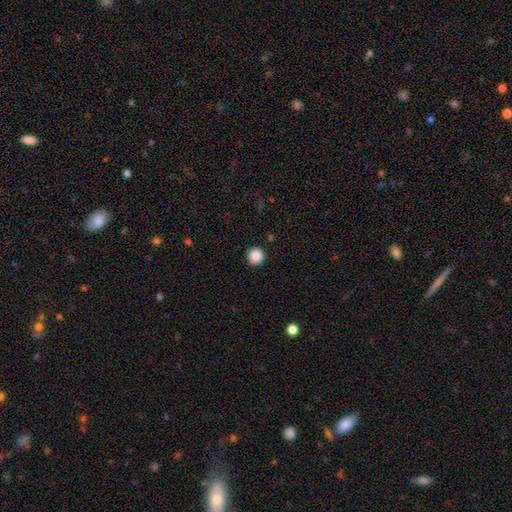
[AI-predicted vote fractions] smooth_or_featured: smooth (p=0.87) [alt: star or artifact p=0.09]
how_rounded: round (p=0.96) [alt: in between p=0.03]
merging: none (p=0.92) [alt: minor disturbance p=0.05]